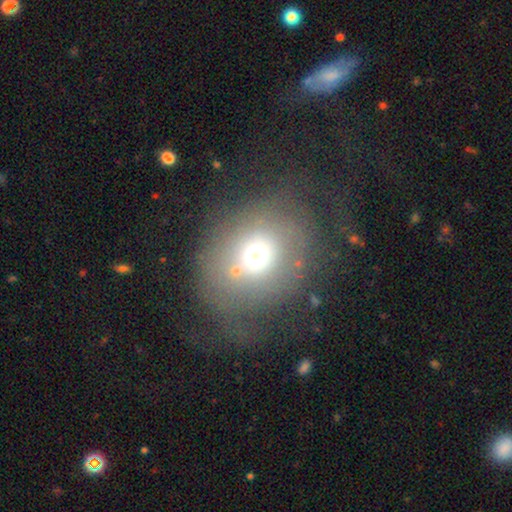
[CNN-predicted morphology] A smooth galaxy with no disk features (60%) that is round (71%). Merging: none (56%).